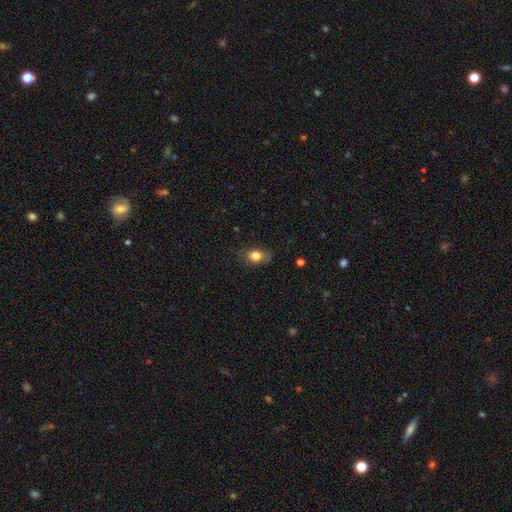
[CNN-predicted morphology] Overall: smooth (80%). How rounded: in between (75%). Merging: none (72%).